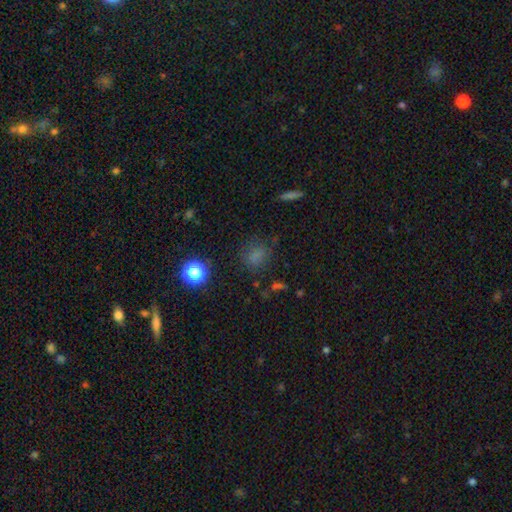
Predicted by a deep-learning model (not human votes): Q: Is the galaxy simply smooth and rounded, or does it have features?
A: smooth — 68%.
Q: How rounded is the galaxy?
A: round — 69%.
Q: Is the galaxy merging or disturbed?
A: none — 72%.